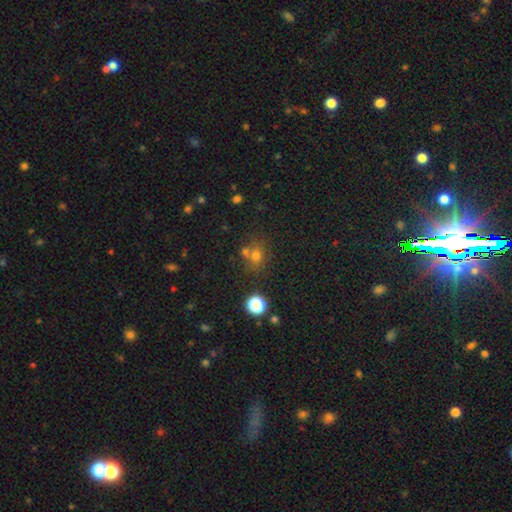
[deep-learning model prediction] This is likely a smooth galaxy (65%). How rounded: likely round (77%). Merging: possibly none (59%).